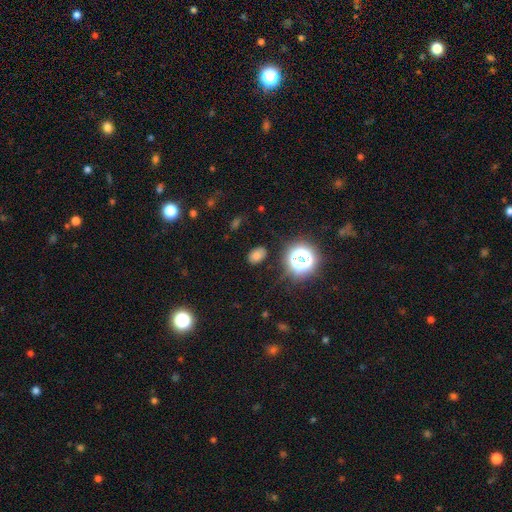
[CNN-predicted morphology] type=smooth (69%); roundness=in between (73%); merging=none (82%).